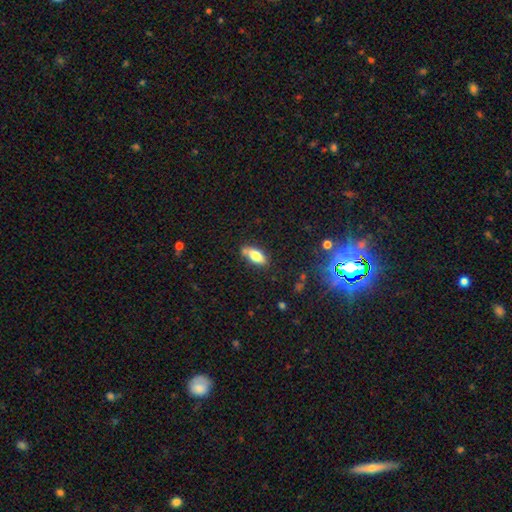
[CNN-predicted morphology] smooth_or_featured: smooth (p=0.73) [alt: featured or disk p=0.19]
how_rounded: in between (p=0.81) [alt: cigar-shaped p=0.16]
merging: none (p=0.71) [alt: minor disturbance p=0.18]